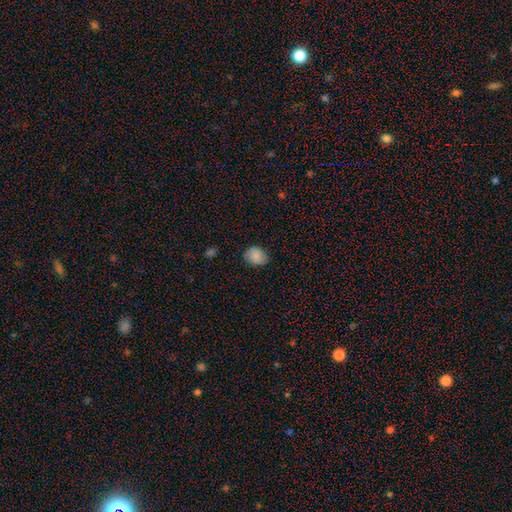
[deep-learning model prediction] Smooth or featured: smooth — 82% (featured or disk — 10%)
How rounded: round — 58% (in between — 41%)
Merging: none — 78% (minor disturbance — 18%)